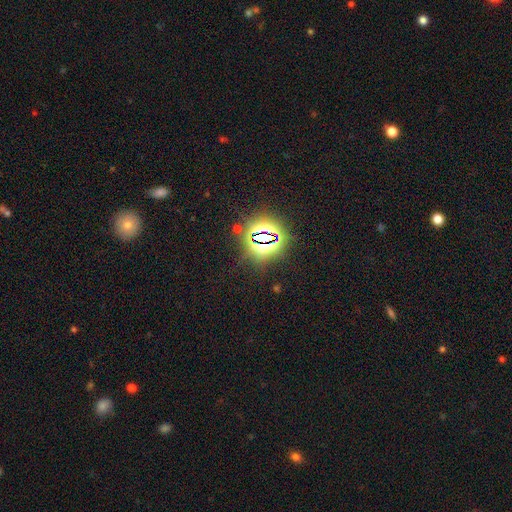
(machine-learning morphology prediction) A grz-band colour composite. It shows a star or artifact, not a galaxy (82%).